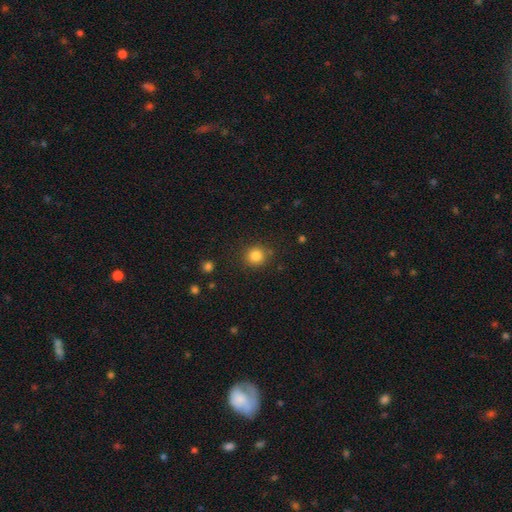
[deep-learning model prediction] Smooth or featured: smooth — 84% (star or artifact — 11%)
How rounded: round — 90% (in between — 9%)
Merging: none — 86% (minor disturbance — 9%)